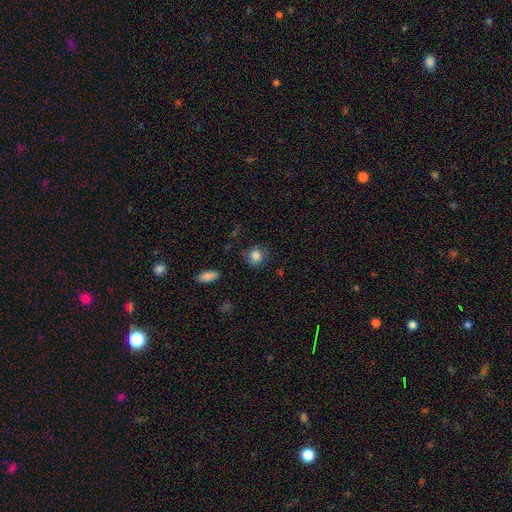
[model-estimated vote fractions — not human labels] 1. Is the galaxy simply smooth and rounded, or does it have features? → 83% smooth, 9% star or artifact, 8% featured or disk.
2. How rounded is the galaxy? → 84% round, 15% in between, 1% cigar-shaped.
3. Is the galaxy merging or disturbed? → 77% none, 16% minor disturbance, 5% major disturbance, 2% merger.